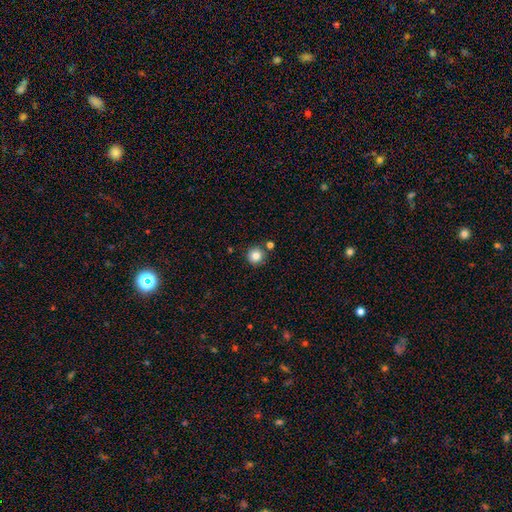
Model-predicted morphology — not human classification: A smooth galaxy with no disk features (84%) that is round (95%). Merging: none (83%).